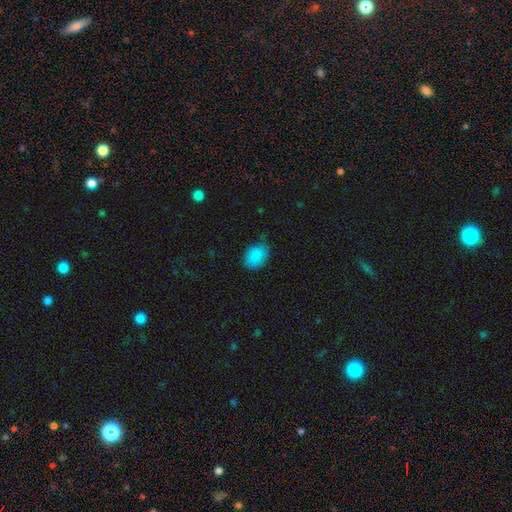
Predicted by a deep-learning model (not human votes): Smooth or featured: smooth — 87% (star or artifact — 9%)
How rounded: in between — 66% (round — 33%)
Merging: none — 70% (minor disturbance — 24%)